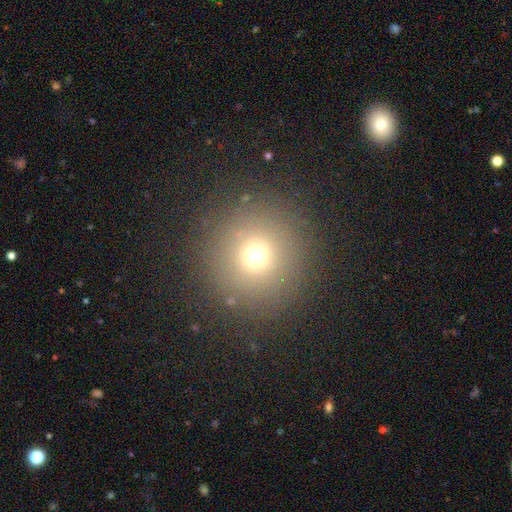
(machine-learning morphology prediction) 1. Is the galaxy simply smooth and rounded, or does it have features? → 69% smooth, 20% star or artifact, 11% featured or disk.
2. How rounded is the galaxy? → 95% round, 4% in between, 1% cigar-shaped.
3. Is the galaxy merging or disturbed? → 88% none, 6% minor disturbance, 4% major disturbance, 2% merger.